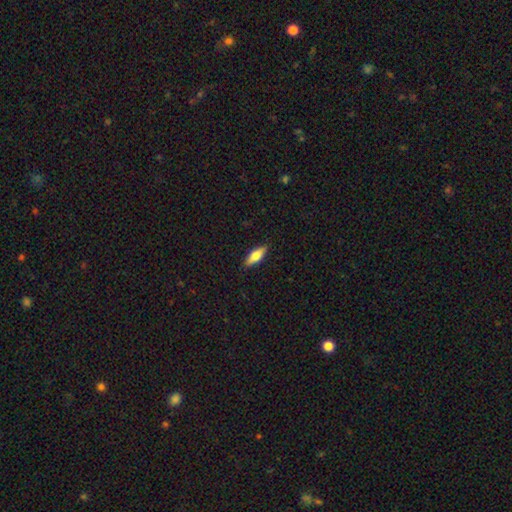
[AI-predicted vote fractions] Smooth or featured?
  - smooth: 69% *
  - featured or disk: 25%
  - star or artifact: 6%
How rounded?
  - in between: 61% *
  - cigar-shaped: 37%
  - round: 2%
Merging?
  - none: 88% *
  - minor disturbance: 9%
  - major disturbance: 2%
  - merger: 1%